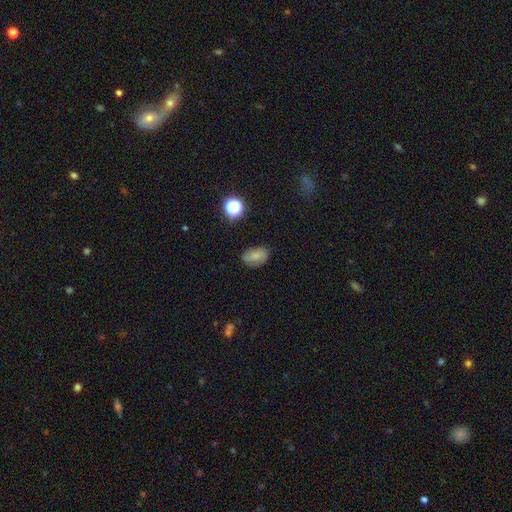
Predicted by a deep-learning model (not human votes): smooth 69%, featured or disk 18%, star or artifact 13%. Down the decision tree: how rounded — in between (83%); merging — none (72%).